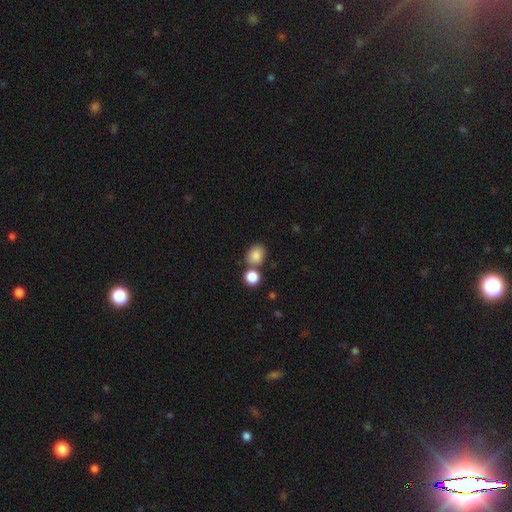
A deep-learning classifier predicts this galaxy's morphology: The model was most divided on "how rounded": round: 56%, in between: 43%, cigar-shaped: 1%. More confident: smooth or featured — smooth (85%); merging — none (61%).